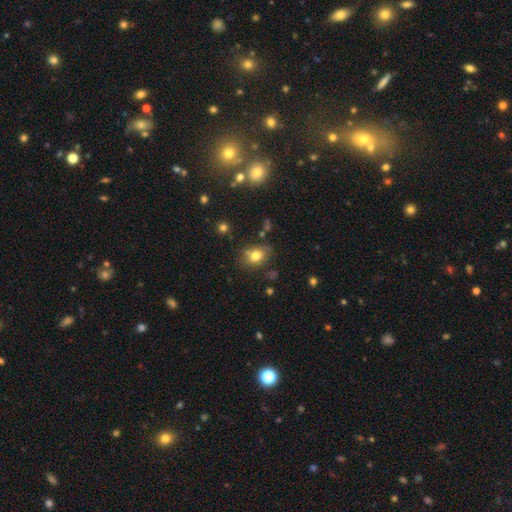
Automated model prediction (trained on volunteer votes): smooth-or-featured: smooth: 77% | star or artifact: 12% | featured or disk: 10%
  how-rounded: in between: 57% | round: 41% | cigar-shaped: 1%
  merging: none: 71% | minor disturbance: 19% | merger: 6% | major disturbance: 5%